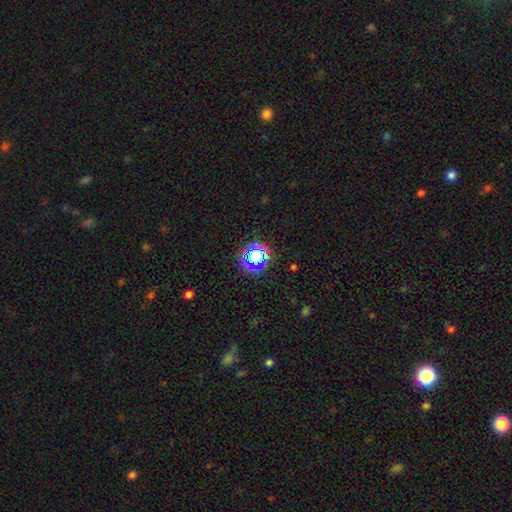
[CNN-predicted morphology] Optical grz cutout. It shows a star or artifact, not a galaxy (60%).